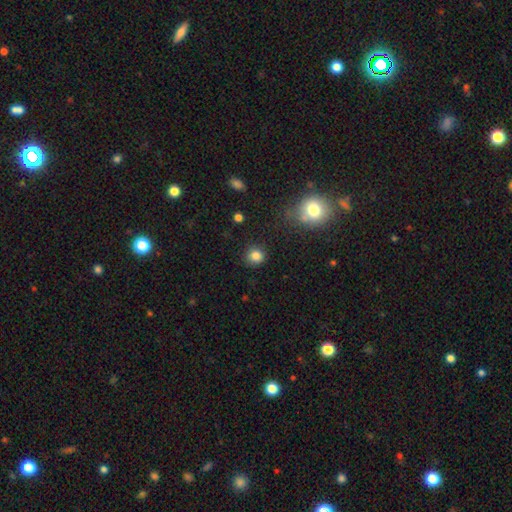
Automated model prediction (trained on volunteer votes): A smooth galaxy with no disk features (82%) that is round (88%).

Vote fractions:
- Smooth or featured? smooth: 82% / star or artifact: 13% / featured or disk: 5%
- How rounded? round: 88% / in between: 11% / cigar-shaped: 1%
- Merging? none: 87% / minor disturbance: 9% / major disturbance: 3% / merger: 2%